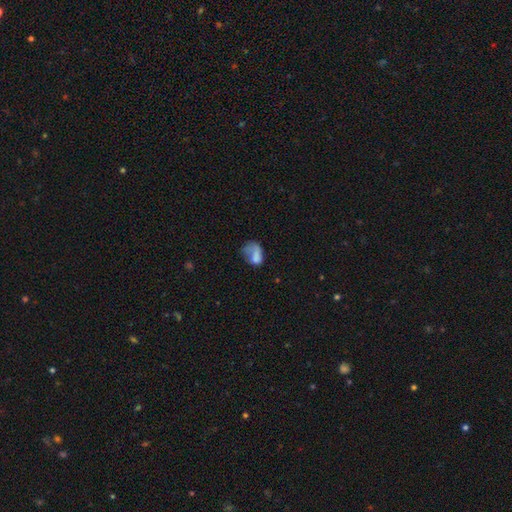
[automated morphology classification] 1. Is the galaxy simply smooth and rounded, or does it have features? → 66% smooth, 23% featured or disk, 11% star or artifact.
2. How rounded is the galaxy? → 78% in between, 20% round, 2% cigar-shaped.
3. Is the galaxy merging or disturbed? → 42% major disturbance, 25% minor disturbance, 24% none, 9% merger.